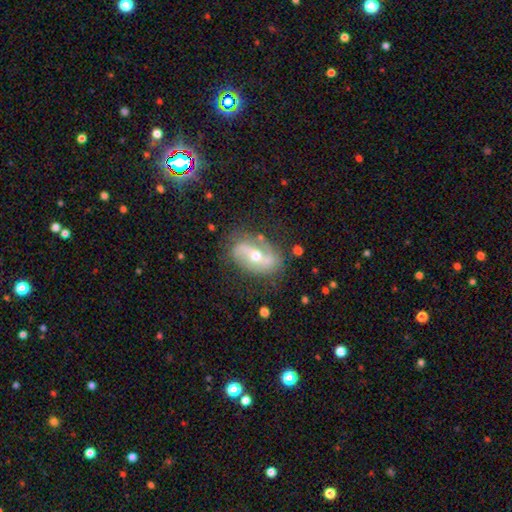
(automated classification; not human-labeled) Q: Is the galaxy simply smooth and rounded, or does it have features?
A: featured or disk — 78%.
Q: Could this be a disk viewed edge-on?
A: no — 94%.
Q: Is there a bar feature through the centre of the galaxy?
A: no — 36%.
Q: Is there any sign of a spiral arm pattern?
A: yes — 87%.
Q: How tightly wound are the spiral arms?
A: loose — 57%.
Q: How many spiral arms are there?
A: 2 — 89%.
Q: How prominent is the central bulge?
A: moderate — 67%.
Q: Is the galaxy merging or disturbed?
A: none — 75%.